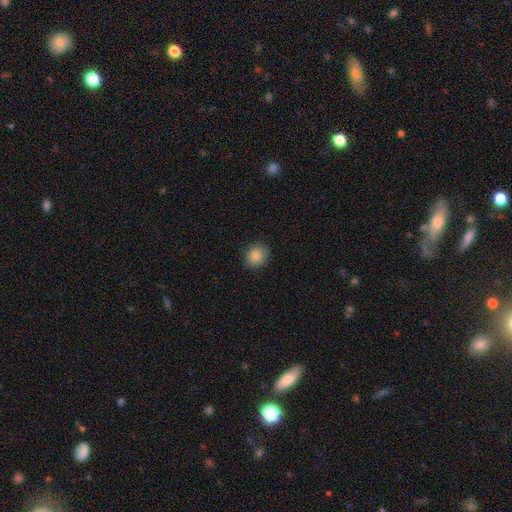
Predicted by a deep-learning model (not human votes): smooth_or_featured: smooth (p=0.86) [alt: star or artifact p=0.09]
how_rounded: round (p=0.75) [alt: in between p=0.25]
merging: none (p=0.84) [alt: minor disturbance p=0.12]